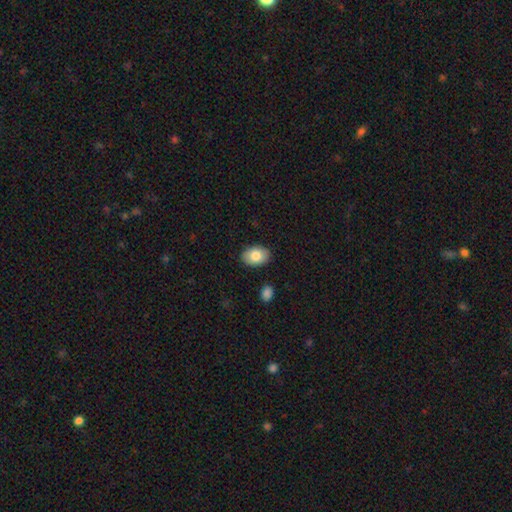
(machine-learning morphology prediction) smooth-or-featured: smooth: 83% | featured or disk: 11% | star or artifact: 6%
  how-rounded: in between: 83% | round: 16% | cigar-shaped: 1%
  merging: none: 88% | minor disturbance: 9% | major disturbance: 2% | merger: 2%